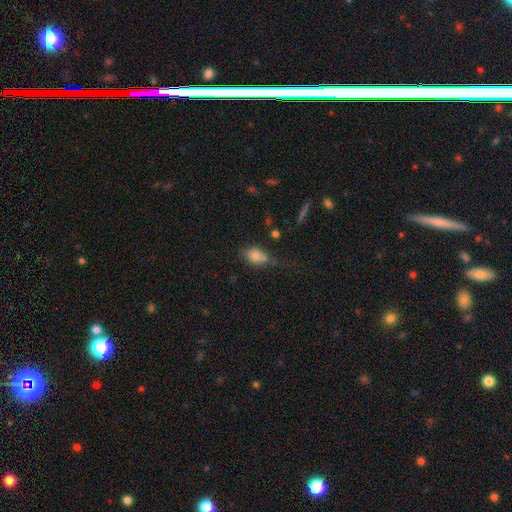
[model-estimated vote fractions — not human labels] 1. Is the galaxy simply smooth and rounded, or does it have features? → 79% smooth, 11% featured or disk, 10% star or artifact.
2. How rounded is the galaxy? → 66% in between, 31% round, 3% cigar-shaped.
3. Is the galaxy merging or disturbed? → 41% none, 27% minor disturbance, 18% merger, 13% major disturbance.